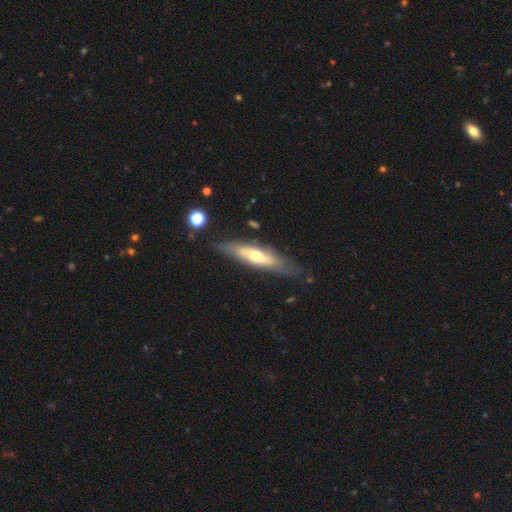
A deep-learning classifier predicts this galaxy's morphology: A featured or disk galaxy (53%) viewed edge-on (63%).

Vote fractions:
- Smooth or featured? featured or disk: 53% / smooth: 40% / star or artifact: 6%
- Edge-on disk? yes: 63% / no: 37%
- Merging? none: 74% / minor disturbance: 18% / major disturbance: 5% / merger: 3%